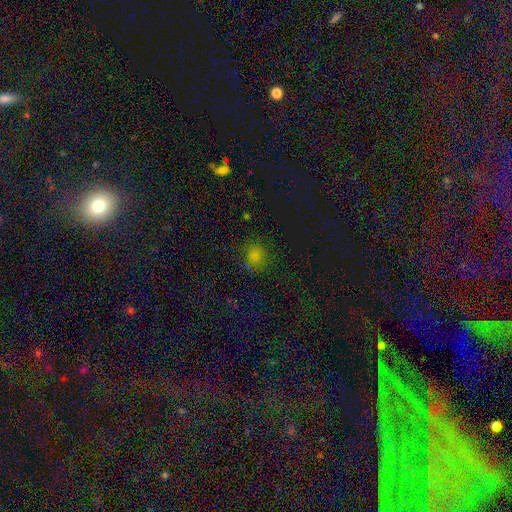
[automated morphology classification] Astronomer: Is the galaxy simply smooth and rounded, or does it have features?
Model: smooth — 63%.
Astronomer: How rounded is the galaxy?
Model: round — 82%.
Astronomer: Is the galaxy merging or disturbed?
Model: none — 75%.